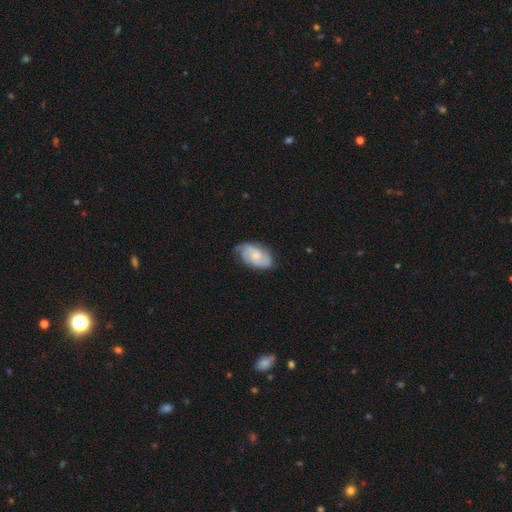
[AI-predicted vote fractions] smooth-or-featured: featured or disk: 63% | smooth: 31% | star or artifact: 6%
  disk-edge-on: no: 96% | yes: 4%
    bar: no: 70% | weak: 27% | strong: 4%
    has-spiral-arms: yes: 92% | no: 8%
      spiral-winding: medium: 43% | tight: 41% | loose: 15%
      spiral-arm-count: 2: 40% | 3: 24% | can't tell: 24% | 4: 5% | 1: 4% | more than 4: 3%
    bulge-size: small: 44% | moderate: 40% | none: 10% | large: 4% | dominant: 1%
  merging: none: 69% | minor disturbance: 24% | major disturbance: 6% | merger: 1%